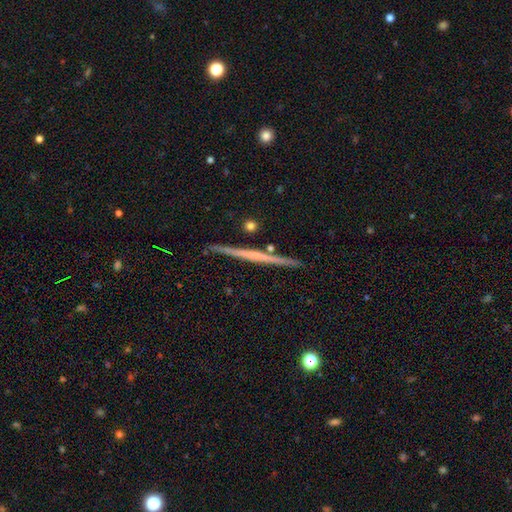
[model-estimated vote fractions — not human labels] Smooth or featured: featured or disk — 67% (smooth — 27%)
Edge-on disk: yes — 98% (no — 2%)
Edge-on bulge: none — 81% (rounded — 13%)
Merging: none — 90% (minor disturbance — 7%)